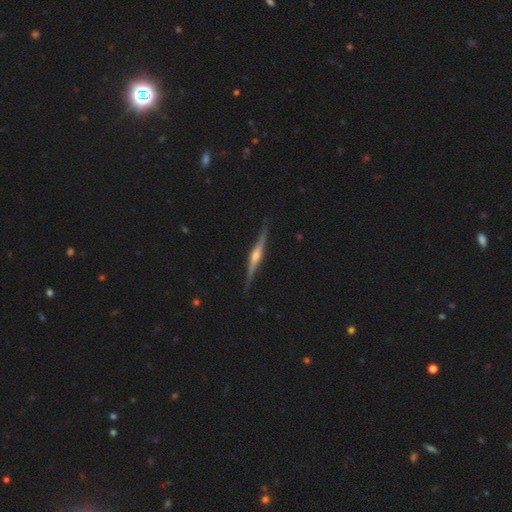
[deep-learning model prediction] Morphology: type=featured or disk (81%); edge-on=yes (98%); edge-on bulge=rounded (86%); merging=none (87%).